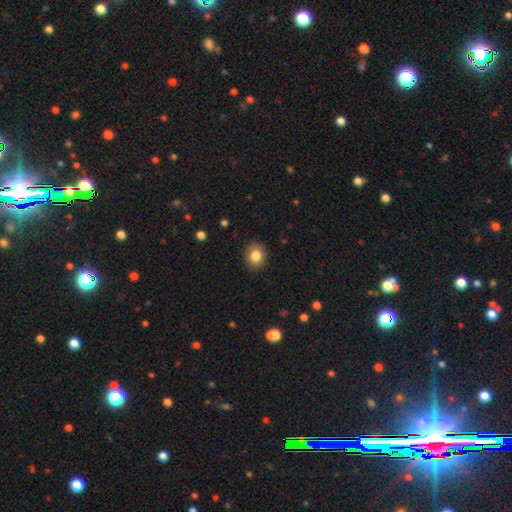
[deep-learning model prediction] Smooth or featured?
  - smooth: 83% *
  - star or artifact: 10%
  - featured or disk: 8%
How rounded?
  - round: 61% *
  - in between: 38%
  - cigar-shaped: 1%
Merging?
  - none: 88% *
  - minor disturbance: 9%
  - major disturbance: 2%
  - merger: 1%